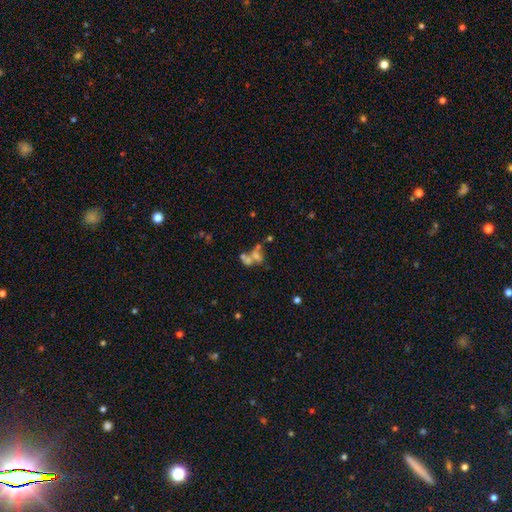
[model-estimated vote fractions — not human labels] Smooth or featured? Predicted: smooth (p=0.46). Merging? Predicted: merger (p=0.56).